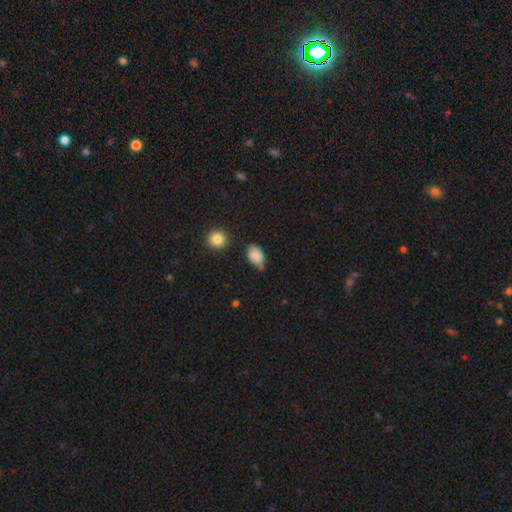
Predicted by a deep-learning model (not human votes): smooth_or_featured: smooth (p=0.85) [alt: star or artifact p=0.09]
how_rounded: in between (p=0.85) [alt: round p=0.13]
merging: none (p=0.55) [alt: minor disturbance p=0.33]